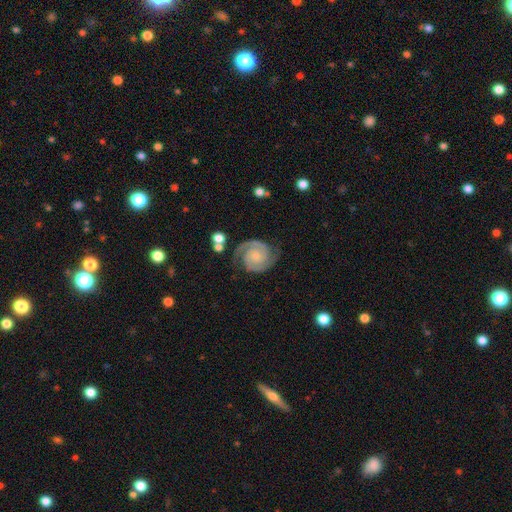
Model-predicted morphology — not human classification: Smooth or featured: featured or disk — 90% (smooth — 5%)
Edge-on disk: no — 98% (yes — 2%)
Bar: no — 71% (weak — 23%)
Spiral arms: yes — 98% (no — 2%)
Spiral winding: tight — 61% (medium — 34%)
Spiral arm count: 2 — 92% (3 — 2%)
Bulge size: small — 49% (moderate — 26%)
Merging: none — 79% (minor disturbance — 13%)